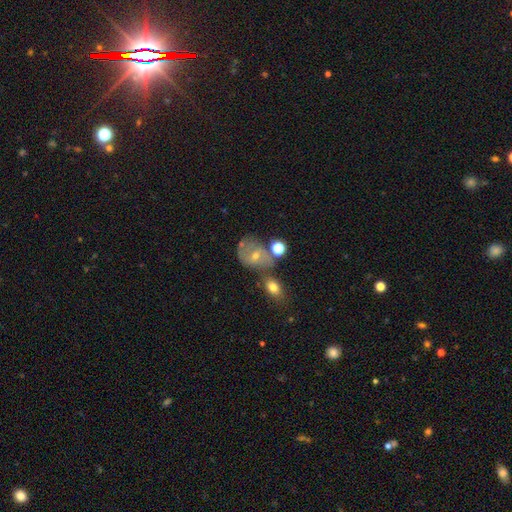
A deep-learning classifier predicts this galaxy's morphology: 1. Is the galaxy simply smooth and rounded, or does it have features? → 43% featured or disk, 39% smooth, 18% star or artifact.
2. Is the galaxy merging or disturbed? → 45% none, 23% merger, 20% minor disturbance, 12% major disturbance.